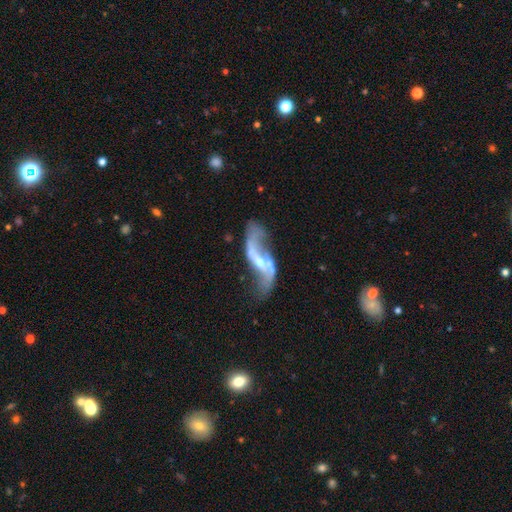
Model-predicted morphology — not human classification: The model was most divided on "bar": no: 40%, weak: 36%, strong: 24%. Remaining: edge-on disk — no (92%); spiral arm count — 2 (90%); spiral arms — yes (90%); spiral winding — loose (87%); smooth or featured — featured or disk (85%); bulge size — small (59%); merging — none (46%).